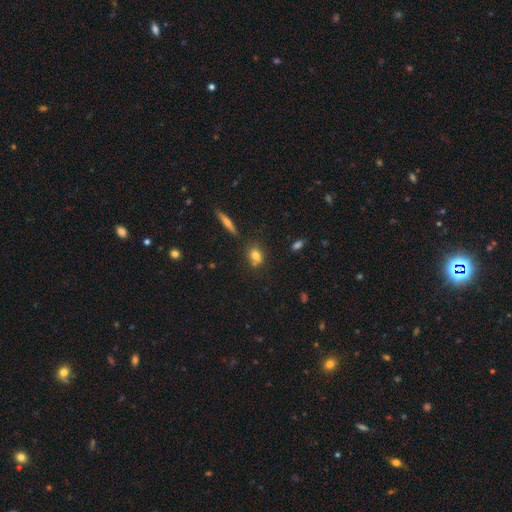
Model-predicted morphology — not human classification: smooth-or-featured: smooth: 71% | featured or disk: 16% | star or artifact: 13%
  how-rounded: in between: 58% | round: 36% | cigar-shaped: 6%
  merging: none: 54% | merger: 25% | minor disturbance: 16% | major disturbance: 5%